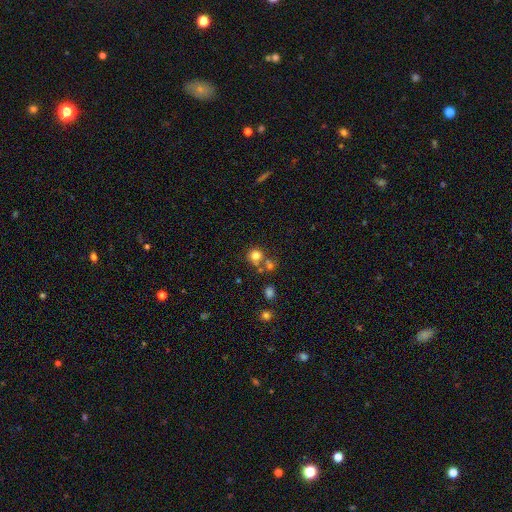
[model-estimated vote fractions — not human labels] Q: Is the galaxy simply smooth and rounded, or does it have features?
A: smooth — 77%.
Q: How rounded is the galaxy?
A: round — 88%.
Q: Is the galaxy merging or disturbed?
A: none — 61%.